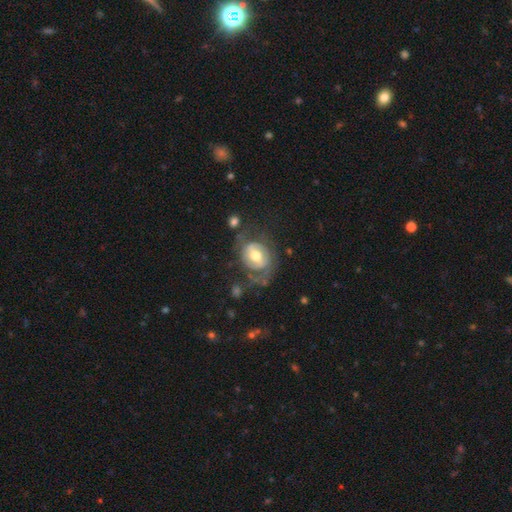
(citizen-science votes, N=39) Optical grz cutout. It shows a featured or disk galaxy (74%) with a strong bar (38%), no spiral arms (62%) and a moderate central bulge (72%). Merging: none (44%).